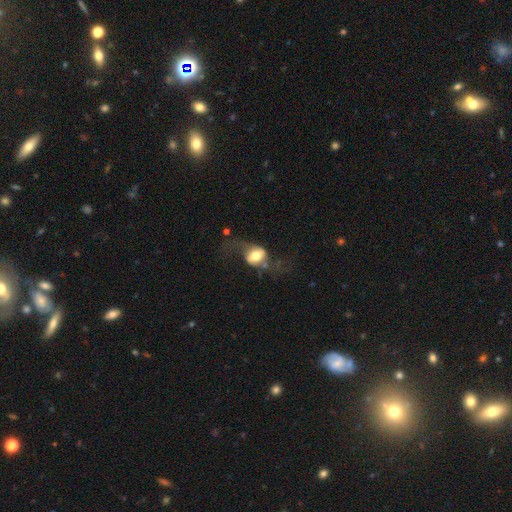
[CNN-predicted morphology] A featured or disk galaxy (52%). Merging: none (41%).